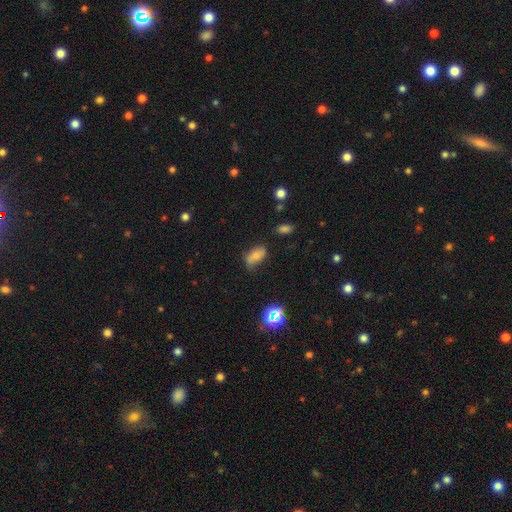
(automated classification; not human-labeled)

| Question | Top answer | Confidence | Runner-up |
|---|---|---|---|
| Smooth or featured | smooth | 67% | featured or disk (20%) |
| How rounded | in between | 90% | round (6%) |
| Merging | none | 52% | minor disturbance (33%) |